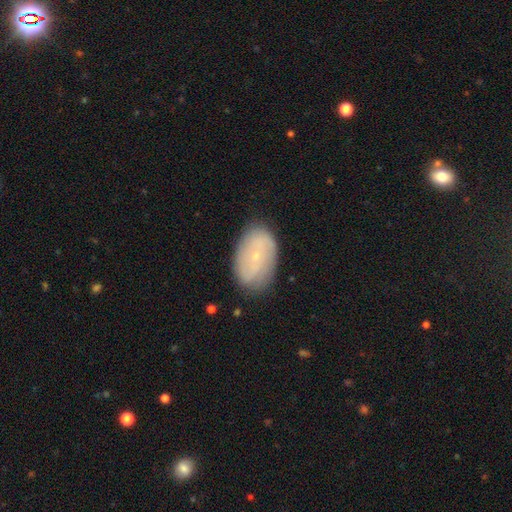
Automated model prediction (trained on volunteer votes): featured or disk 55%, smooth 37%, star or artifact 9%. Down the decision tree: edge-on disk — no (94%); bar — no (70%); spiral arms — yes (71%); bulge size — small (84%); merging — none (80%).